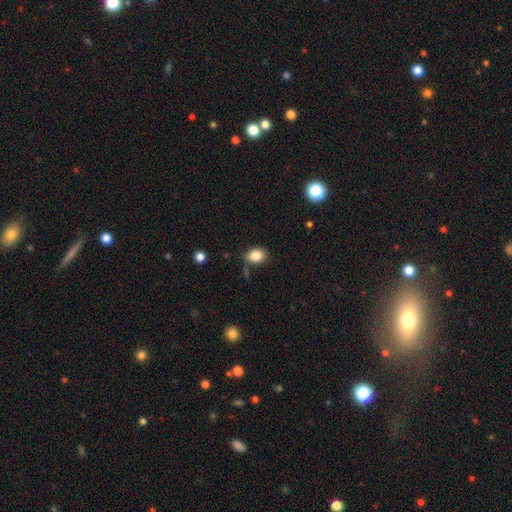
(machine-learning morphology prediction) A smooth galaxy with no disk features (85%) that is in between round and cigar-shaped (61%). Merging: none (74%).